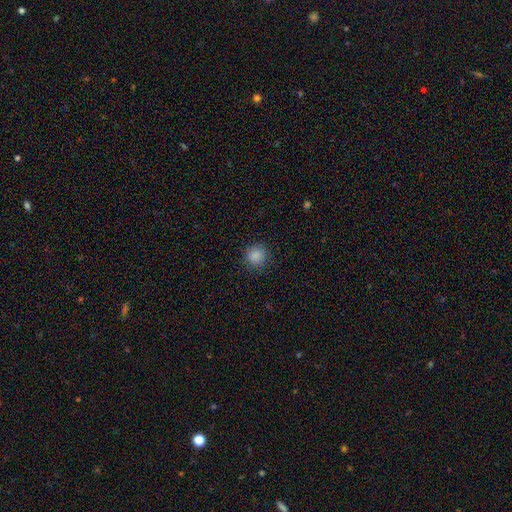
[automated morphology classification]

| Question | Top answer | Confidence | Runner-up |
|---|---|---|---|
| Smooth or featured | smooth | 87% | star or artifact (10%) |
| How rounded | round | 91% | in between (8%) |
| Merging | none | 87% | minor disturbance (9%) |